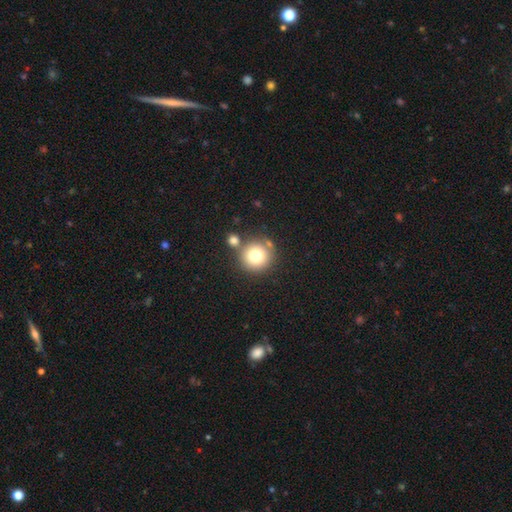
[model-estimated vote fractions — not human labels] smooth-or-featured: smooth: 76% | featured or disk: 12% | star or artifact: 11%
  how-rounded: round: 94% | in between: 5% | cigar-shaped: 1%
  merging: none: 73% | merger: 14% | minor disturbance: 9% | major disturbance: 3%